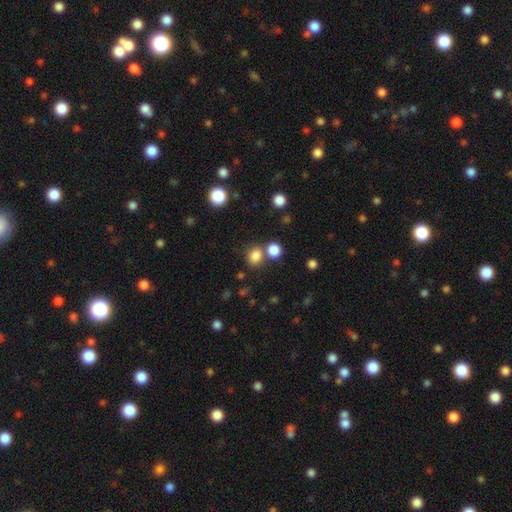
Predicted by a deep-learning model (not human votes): smooth_or_featured: smooth (p=0.82) [alt: star or artifact p=0.13]
how_rounded: round (p=0.62) [alt: in between p=0.37]
merging: none (p=0.65) [alt: merger p=0.23]